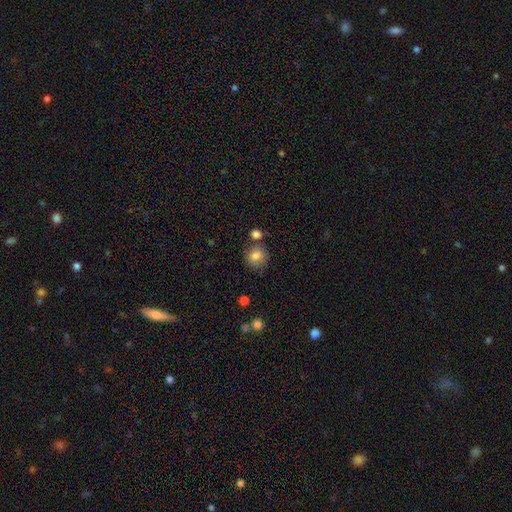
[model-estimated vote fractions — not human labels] A smooth galaxy with no disk features (82%) that is round (80%). Merging: none (71%).